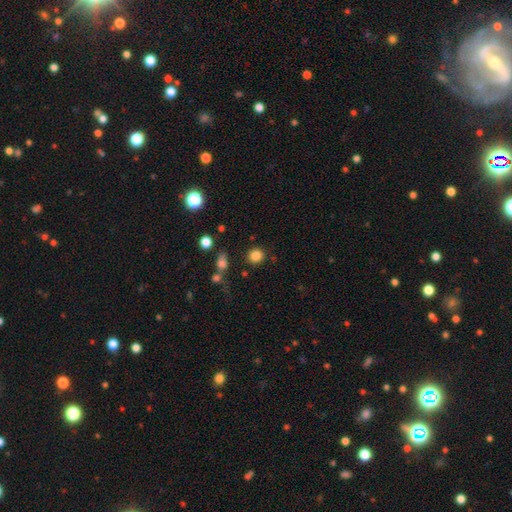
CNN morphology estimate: smooth_or_featured: smooth (p=0.84) [alt: star or artifact p=0.12]
how_rounded: round (p=0.88) [alt: in between p=0.11]
merging: none (p=0.84) [alt: minor disturbance p=0.08]